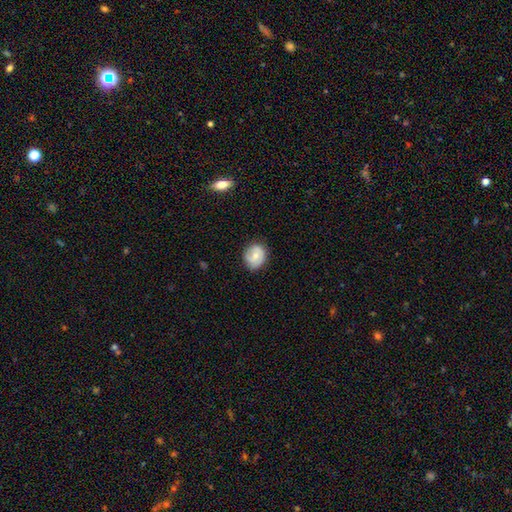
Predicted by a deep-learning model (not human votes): A smooth galaxy with no disk features (63%) that is round (72%).

Vote fractions:
- Smooth or featured? smooth: 63% / featured or disk: 29% / star or artifact: 7%
- How rounded? round: 72% / in between: 27% / cigar-shaped: 1%
- Merging? none: 74% / minor disturbance: 20% / major disturbance: 4% / merger: 1%